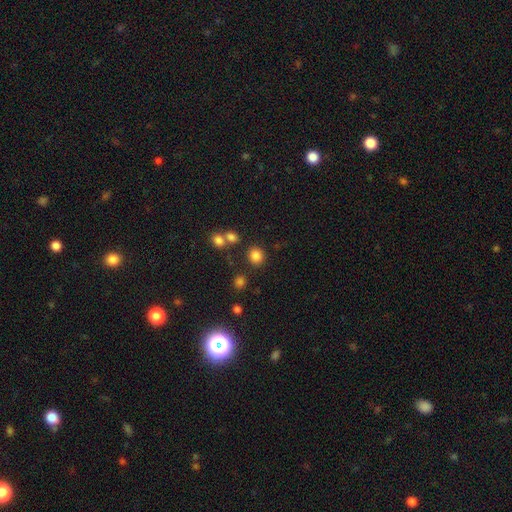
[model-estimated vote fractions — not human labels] A smooth galaxy with no disk features (82%) that is round (81%).

Vote fractions:
- Smooth or featured? smooth: 82% / star or artifact: 13% / featured or disk: 5%
- How rounded? round: 81% / in between: 18% / cigar-shaped: 1%
- Merging? none: 80% / merger: 8% / minor disturbance: 8% / major disturbance: 3%